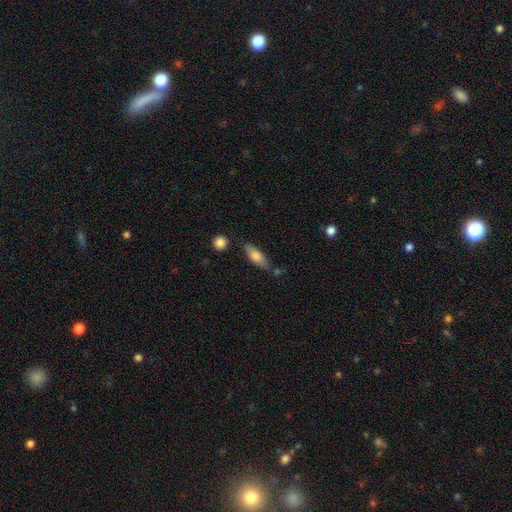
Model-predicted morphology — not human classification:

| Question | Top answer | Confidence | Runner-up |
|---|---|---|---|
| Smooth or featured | smooth | 70% | featured or disk (24%) |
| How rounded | in between | 63% | cigar-shaped (34%) |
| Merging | none | 68% | minor disturbance (19%) |